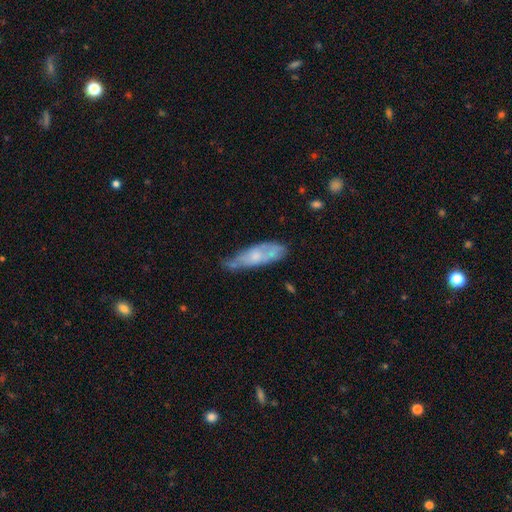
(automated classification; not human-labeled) smooth_or_featured: featured or disk (p=0.48) [alt: smooth p=0.45]
merging: none (p=0.47) [alt: minor disturbance p=0.35]